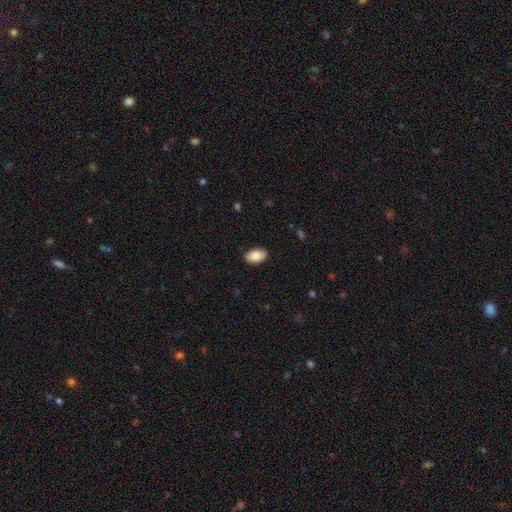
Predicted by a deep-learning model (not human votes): The model was most divided on "merging": none: 84%, minor disturbance: 12%, major disturbance: 2%, merger: 1%. More confident: how rounded — in between (93%); smooth or featured — smooth (87%).